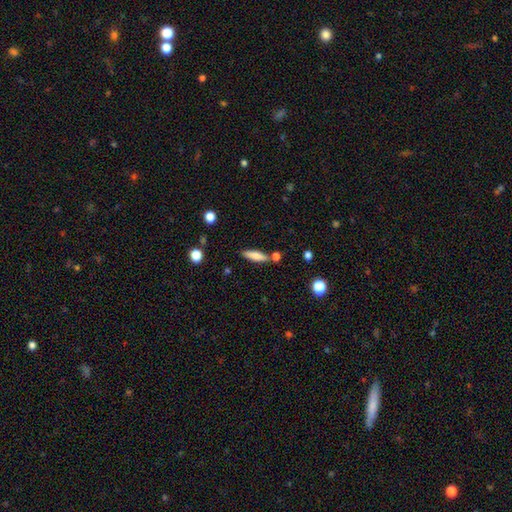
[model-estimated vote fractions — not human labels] smooth 76%, featured or disk 17%, star or artifact 7%. Down the decision tree: how rounded — cigar-shaped (64%); merging — none (76%).